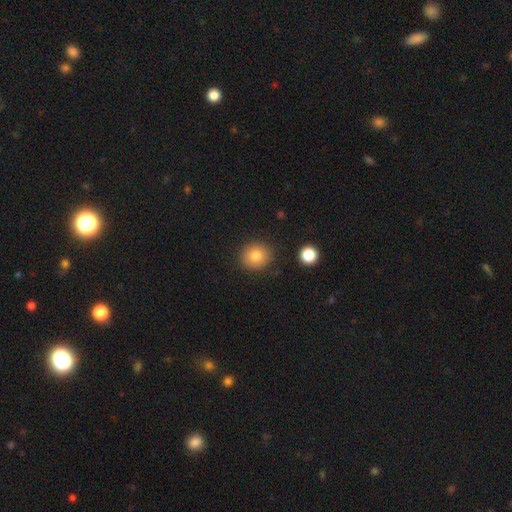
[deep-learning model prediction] The model was most divided on "how rounded": round: 84%, in between: 16%, cigar-shaped: 1%. More confident: merging — none (87%); smooth or featured — smooth (82%).